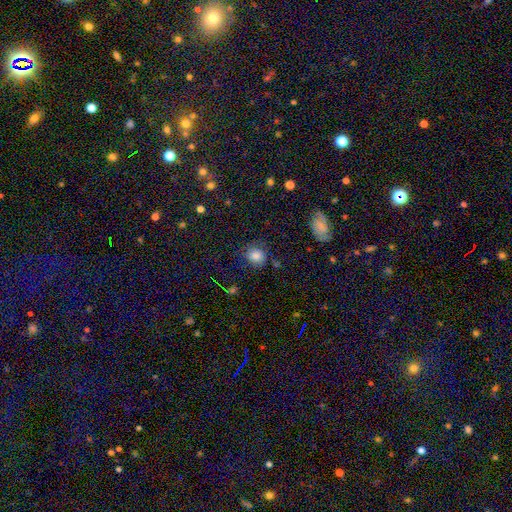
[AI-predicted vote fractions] Smooth or featured? smooth (81%)
How rounded? round (80%)
Merging? none (73%)